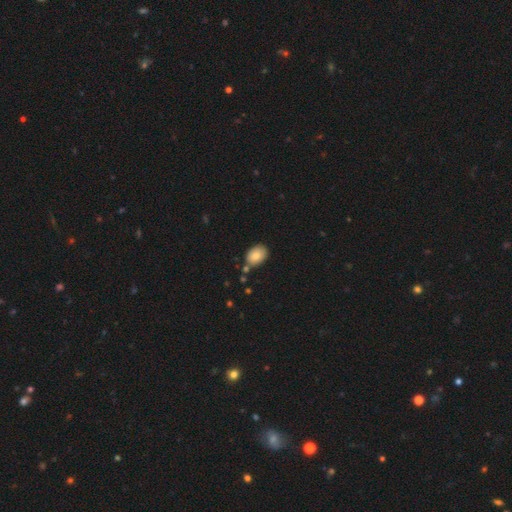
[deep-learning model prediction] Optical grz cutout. It shows a smooth galaxy with no disk features (83%) that is in between round and cigar-shaped (80%). Merging: none (74%).